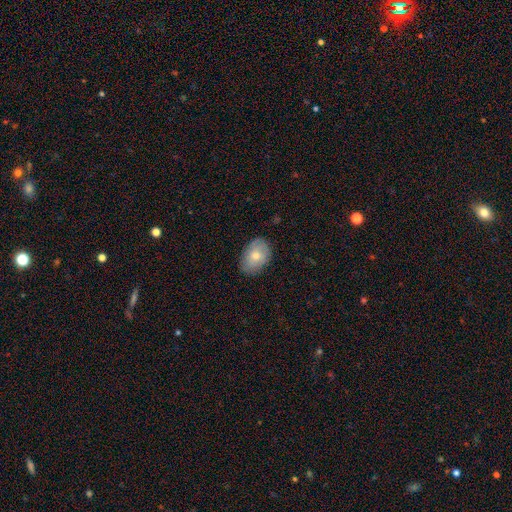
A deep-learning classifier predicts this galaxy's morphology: Smooth or featured? Predicted: smooth (p=0.66). How rounded? Predicted: in between (p=0.83). Merging? Predicted: none (p=0.82).